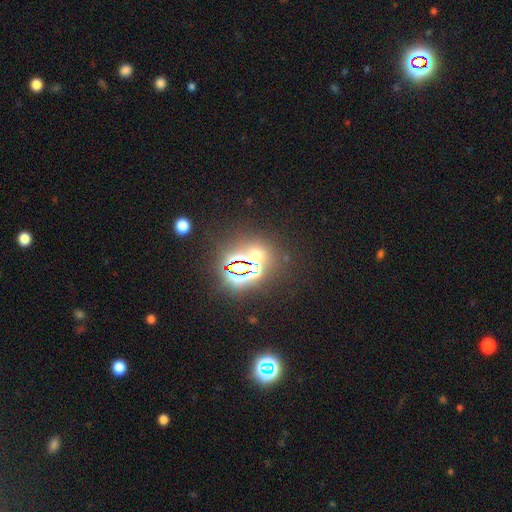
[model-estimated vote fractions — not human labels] A star or artifact, not a galaxy (60%).

Vote fractions:
- Smooth or featured? star or artifact: 60% / smooth: 32% / featured or disk: 8%